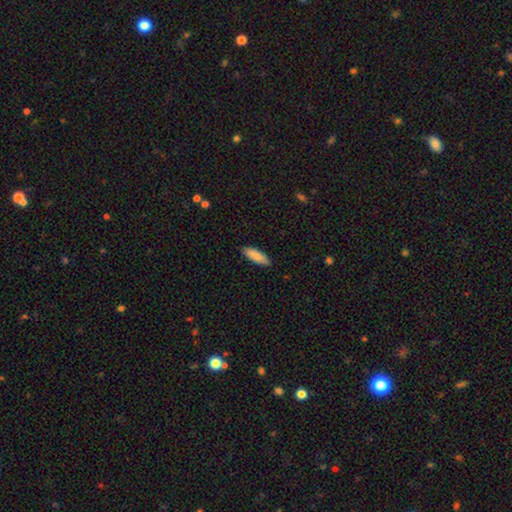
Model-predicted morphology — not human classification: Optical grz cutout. It shows a smooth galaxy with no disk features (86%) that is in between round and cigar-shaped (59%). Merging: none (88%).